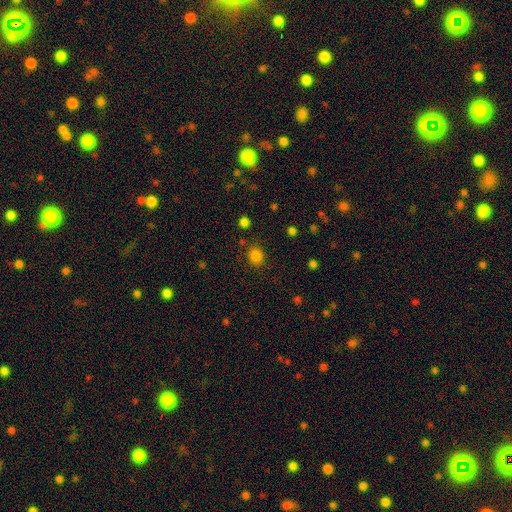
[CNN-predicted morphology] Smooth or featured? smooth (83%)
How rounded? round (75%)
Merging? none (84%)